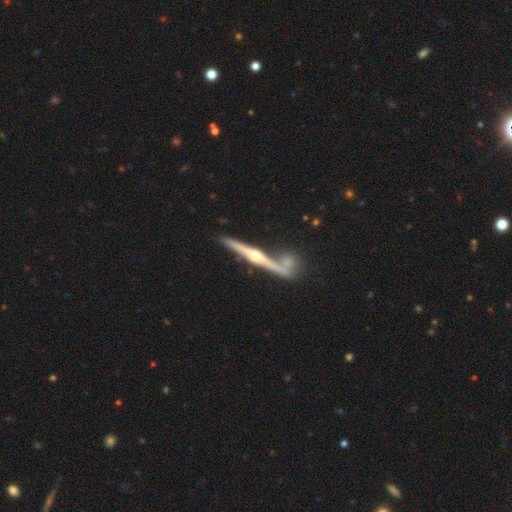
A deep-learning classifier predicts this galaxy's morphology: This is clearly a featured or disk galaxy (84%). It is clearly viewed edge-on (97%). Edge-on bulge: clearly rounded (87%). Merging: likely none (65%).